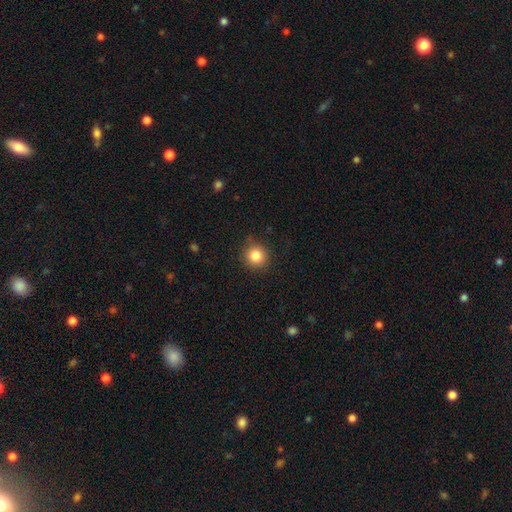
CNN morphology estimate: Smooth or featured? smooth (84%)
How rounded? round (92%)
Merging? none (87%)